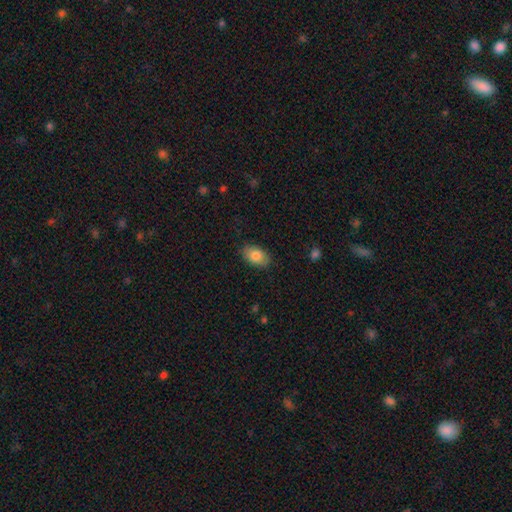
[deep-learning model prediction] smooth 83%, featured or disk 10%, star or artifact 7%. Down the decision tree: how rounded — in between (91%); merging — none (87%).